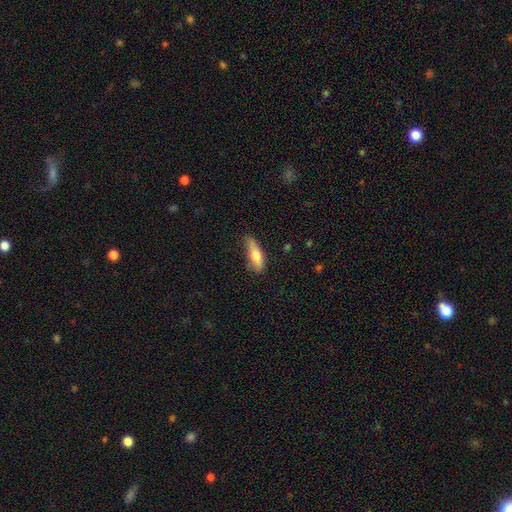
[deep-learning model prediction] smooth 69%, featured or disk 25%, star or artifact 6%. Down the decision tree: how rounded — cigar-shaped (49%, tied with in between); merging — none (66%).